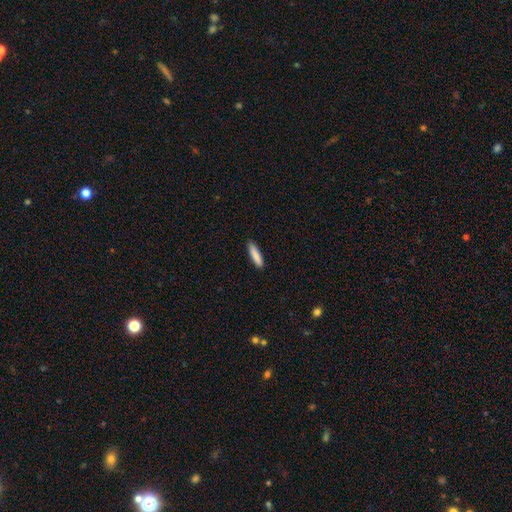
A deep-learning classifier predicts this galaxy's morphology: A smooth galaxy with no disk features (87%) that is cigar-shaped (79%). Merging: none (89%).